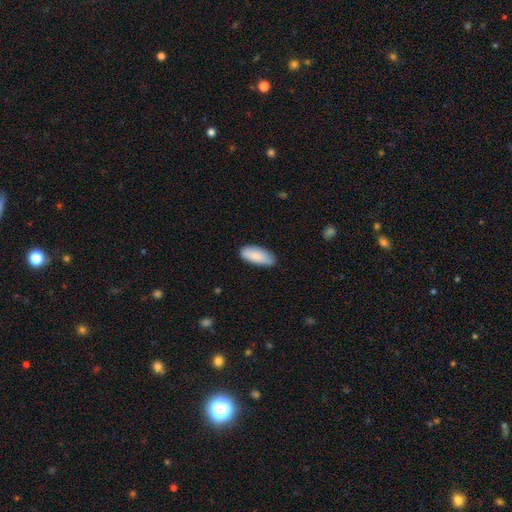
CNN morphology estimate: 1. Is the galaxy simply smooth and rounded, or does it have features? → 88% smooth, 7% featured or disk, 5% star or artifact.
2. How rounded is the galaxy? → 85% in between, 14% cigar-shaped, 2% round.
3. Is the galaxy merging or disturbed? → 81% none, 16% minor disturbance, 2% major disturbance, 1% merger.